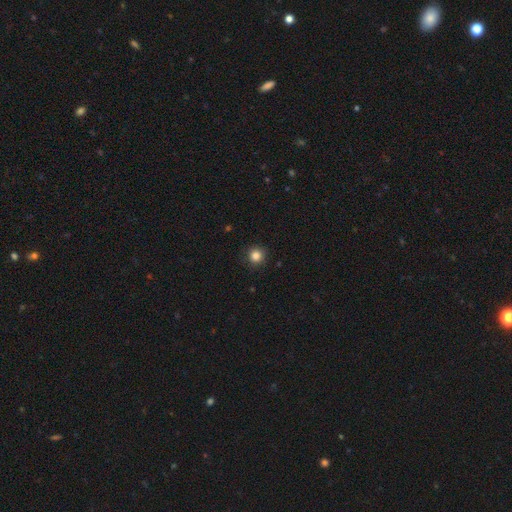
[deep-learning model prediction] Smooth or featured?
  - smooth: 84% *
  - star or artifact: 12%
  - featured or disk: 4%
How rounded?
  - round: 94% *
  - in between: 5%
  - cigar-shaped: 1%
Merging?
  - none: 89% *
  - minor disturbance: 7%
  - major disturbance: 2%
  - merger: 1%